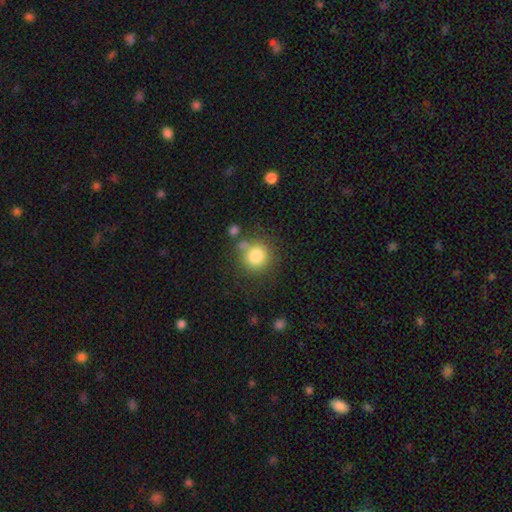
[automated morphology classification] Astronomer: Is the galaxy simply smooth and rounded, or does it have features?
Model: smooth — 81%.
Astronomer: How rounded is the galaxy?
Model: round — 91%.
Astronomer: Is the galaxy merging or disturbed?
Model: none — 71%.